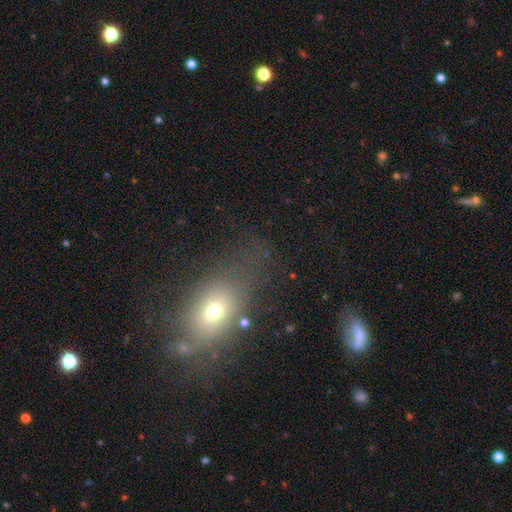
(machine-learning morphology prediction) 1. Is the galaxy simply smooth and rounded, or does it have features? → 57% smooth, 23% star or artifact, 20% featured or disk.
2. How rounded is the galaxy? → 61% in between, 31% round, 8% cigar-shaped.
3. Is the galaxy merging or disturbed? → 53% none, 21% minor disturbance, 19% major disturbance, 7% merger.